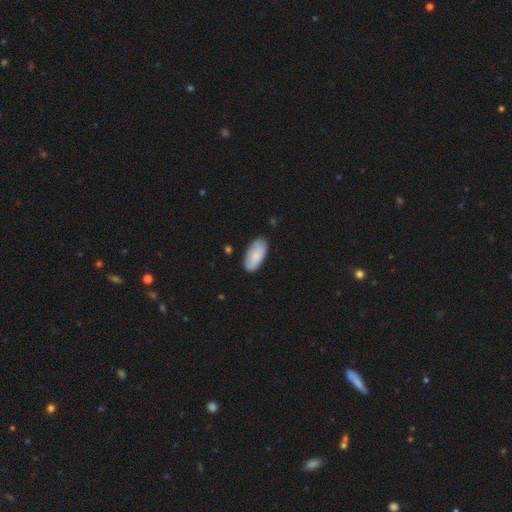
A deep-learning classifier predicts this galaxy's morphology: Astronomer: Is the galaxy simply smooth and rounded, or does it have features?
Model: smooth — 81%.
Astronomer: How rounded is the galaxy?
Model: in between — 92%.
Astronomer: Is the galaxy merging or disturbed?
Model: none — 81%.